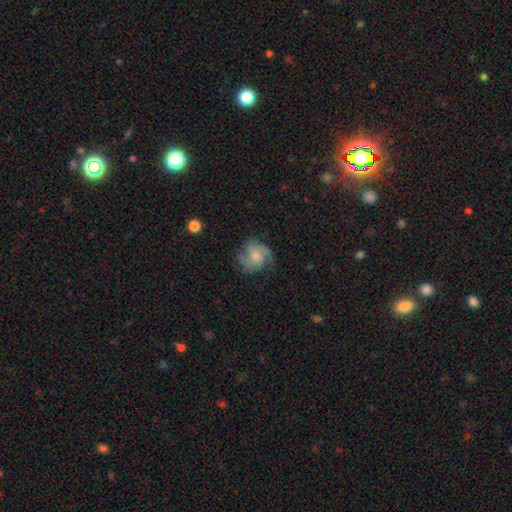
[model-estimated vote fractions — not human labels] A featured or disk galaxy (73%) with no bar (70%), 2 (43%) medium (48%) spiral arms (94%) and a moderate central bulge (42%). Merging: none (66%).